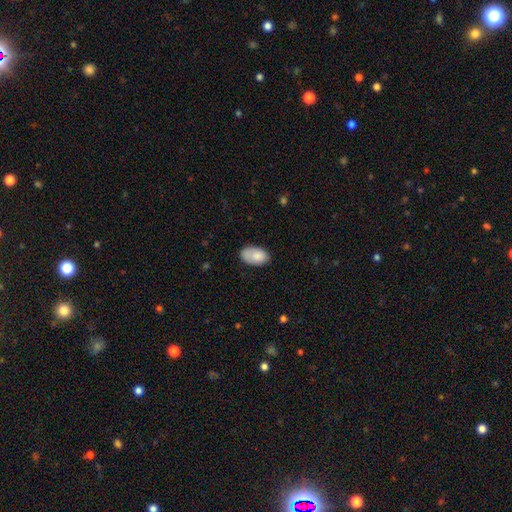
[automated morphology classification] A smooth galaxy with no disk features (84%) that is in between round and cigar-shaped (94%).

Vote fractions:
- Smooth or featured? smooth: 84% / featured or disk: 9% / star or artifact: 7%
- How rounded? in between: 94% / round: 5% / cigar-shaped: 1%
- Merging? none: 71% / minor disturbance: 22% / major disturbance: 5% / merger: 2%